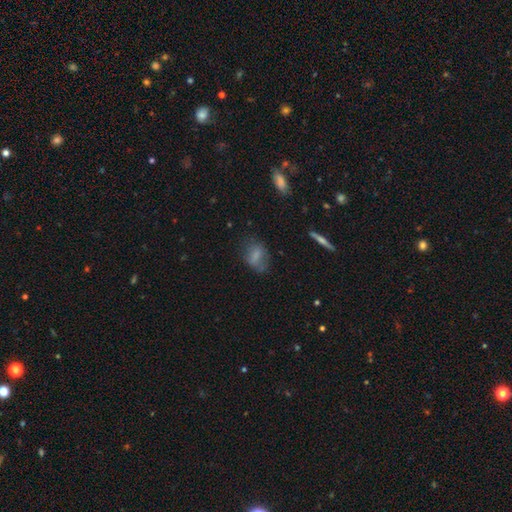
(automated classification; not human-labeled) smooth_or_featured: smooth (p=0.68) [alt: featured or disk p=0.22]
how_rounded: in between (p=0.76) [alt: round p=0.20]
merging: none (p=0.57) [alt: minor disturbance p=0.27]